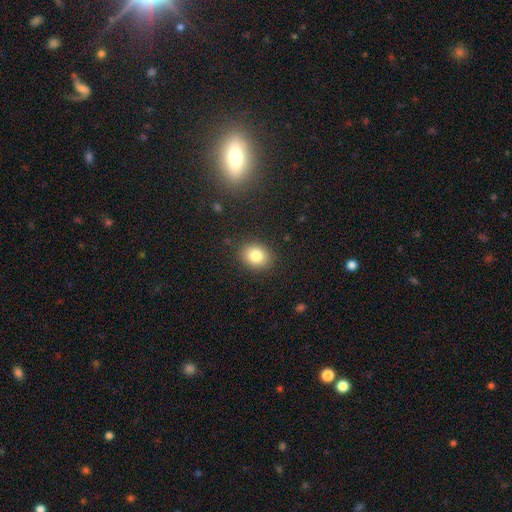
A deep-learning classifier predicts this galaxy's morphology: Q: Smooth or featured?
A: smooth (82%); runner-up: star or artifact (10%)
Q: How rounded?
A: round (53%); runner-up: in between (47%)
Q: Merging?
A: none (87%); runner-up: minor disturbance (9%)